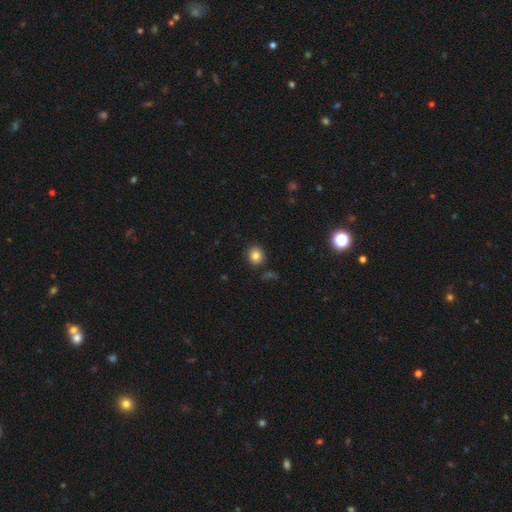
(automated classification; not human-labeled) A smooth galaxy with no disk features (83%) that is round (84%). Merging: none (86%).